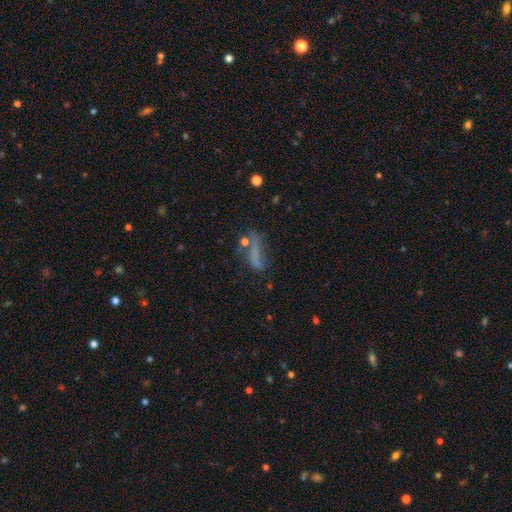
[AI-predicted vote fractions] Smooth or featured? smooth (53%)
How rounded? cigar-shaped (52%)
Merging? none (37%)